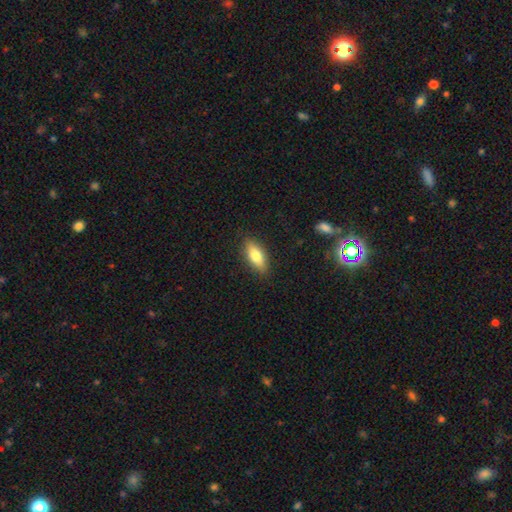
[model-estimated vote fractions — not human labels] Overall: smooth (73%). How rounded: in between (72%). Merging: none (86%).